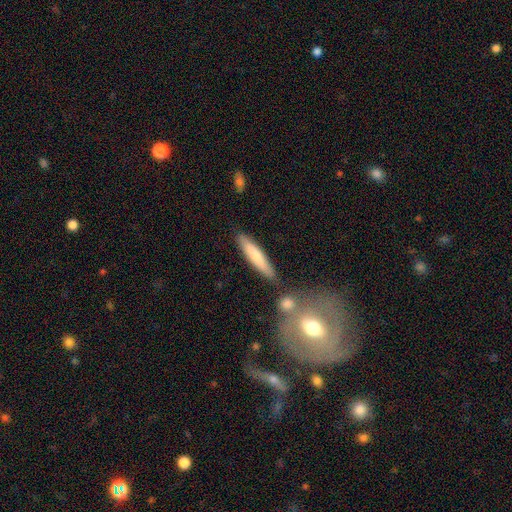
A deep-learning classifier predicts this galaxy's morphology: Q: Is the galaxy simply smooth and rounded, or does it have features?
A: smooth — 72%.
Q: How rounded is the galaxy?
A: cigar-shaped — 88%.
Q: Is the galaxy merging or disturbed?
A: none — 82%.